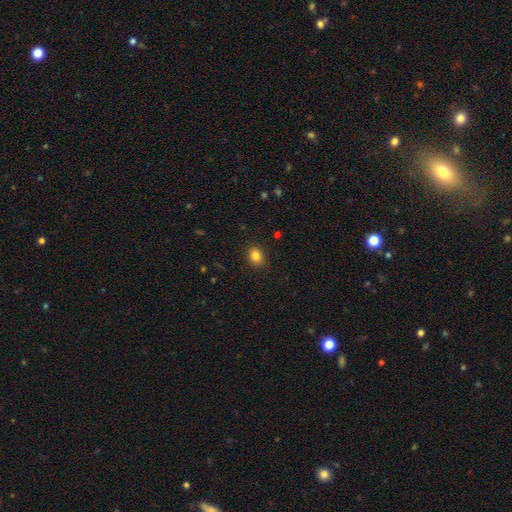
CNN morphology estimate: type=smooth (84%); roundness=in between (50%); merging=none (88%).